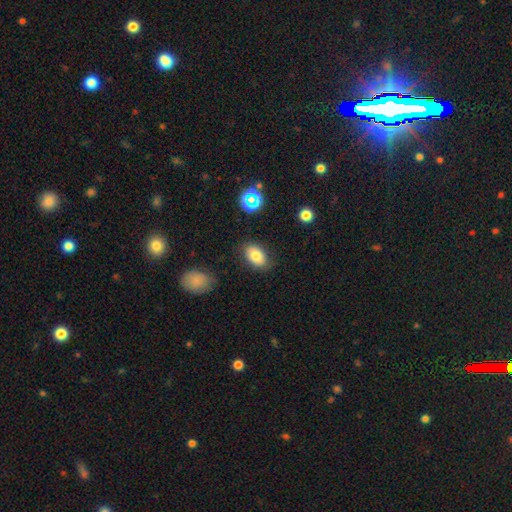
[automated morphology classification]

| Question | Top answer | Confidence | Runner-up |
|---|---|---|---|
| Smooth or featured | smooth | 79% | featured or disk (11%) |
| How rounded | in between | 88% | round (11%) |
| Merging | none | 81% | minor disturbance (13%) |